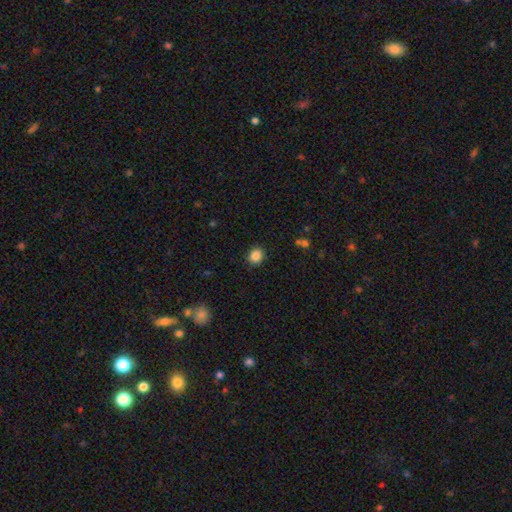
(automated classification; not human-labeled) Overall: smooth (87%). How rounded: round (73%). Merging: none (89%).